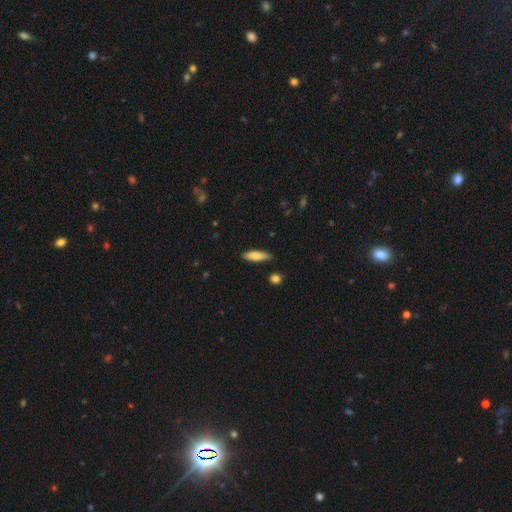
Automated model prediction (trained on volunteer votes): smooth_or_featured: smooth (p=0.81) [alt: featured or disk p=0.12]
how_rounded: cigar-shaped (p=0.59) [alt: in between p=0.40]
merging: none (p=0.86) [alt: minor disturbance p=0.10]